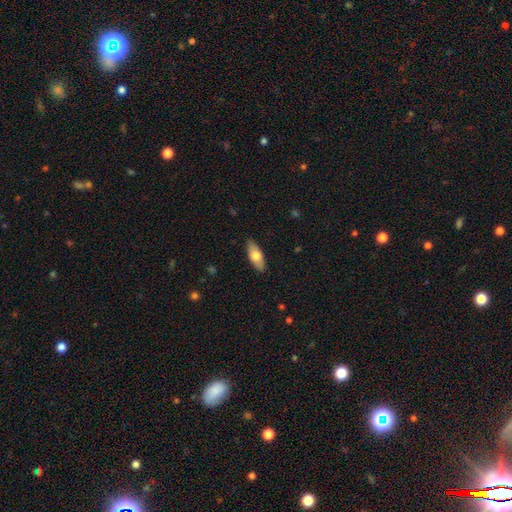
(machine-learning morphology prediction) smooth 70%, featured or disk 24%, star or artifact 6%. Down the decision tree: how rounded — in between (76%); merging — none (88%).